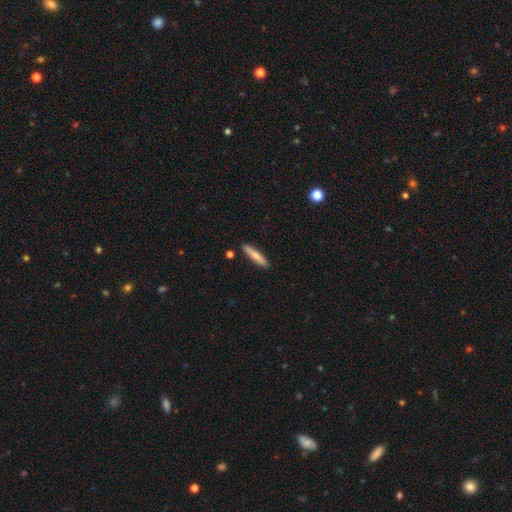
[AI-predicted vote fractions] smooth-or-featured: smooth: 70% | featured or disk: 24% | star or artifact: 6%
  how-rounded: cigar-shaped: 88% | in between: 11% | round: 1%
  merging: none: 87% | minor disturbance: 9% | merger: 2% | major disturbance: 2%